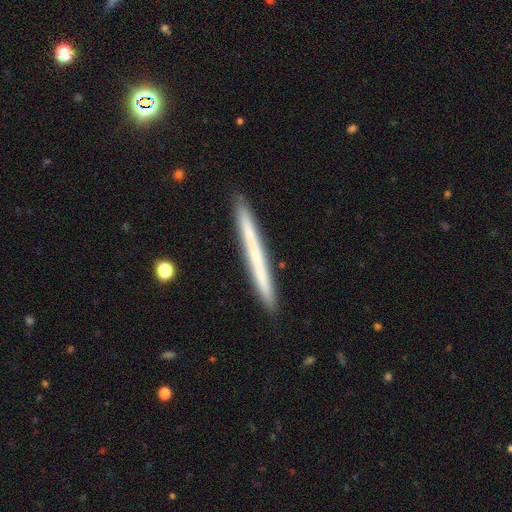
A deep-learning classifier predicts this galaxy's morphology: type=smooth (50%); roundness=cigar-shaped (97%); merging=none (91%).